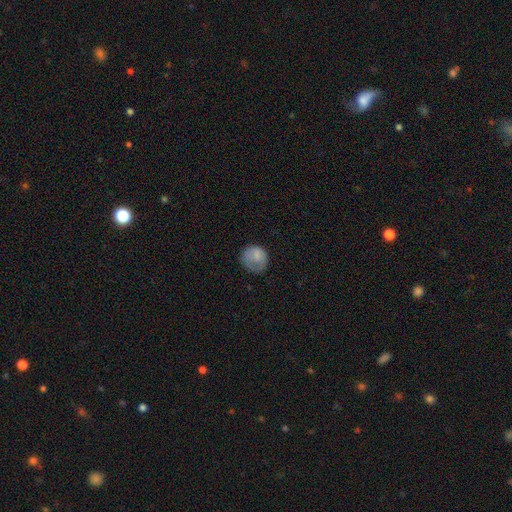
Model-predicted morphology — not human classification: This appears to be a smooth galaxy with no disk features (75%) that is round (75%). Merging: none (55%).